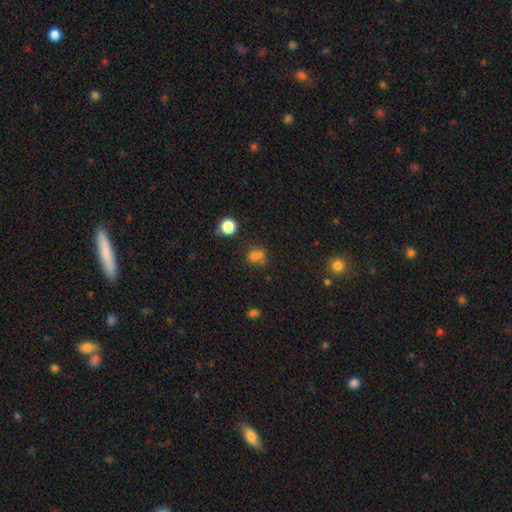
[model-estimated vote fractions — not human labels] Morphology: type=smooth (65%); roundness=round (65%); merging=none (46%).